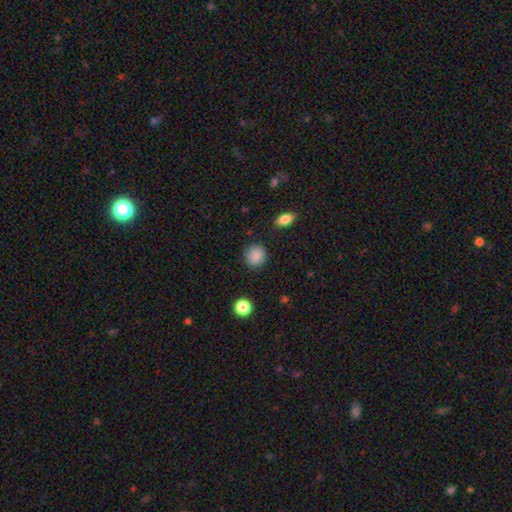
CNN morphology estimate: A smooth galaxy with no disk features (88%) that is round (85%).

Vote fractions:
- Smooth or featured? smooth: 88% / star or artifact: 9% / featured or disk: 3%
- How rounded? round: 85% / in between: 14% / cigar-shaped: 1%
- Merging? none: 87% / minor disturbance: 8% / major disturbance: 3% / merger: 1%